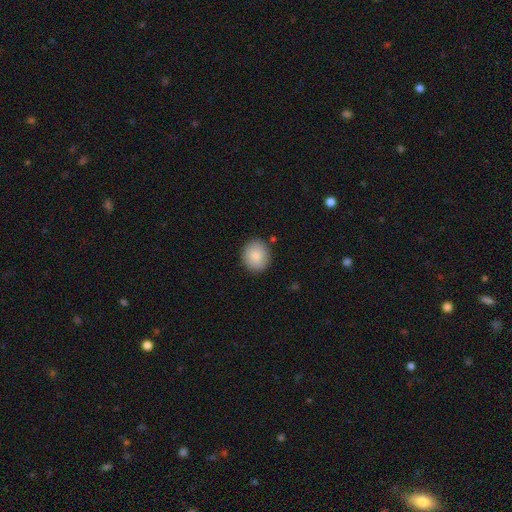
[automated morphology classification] type=smooth (87%); roundness=round (79%); merging=none (87%).